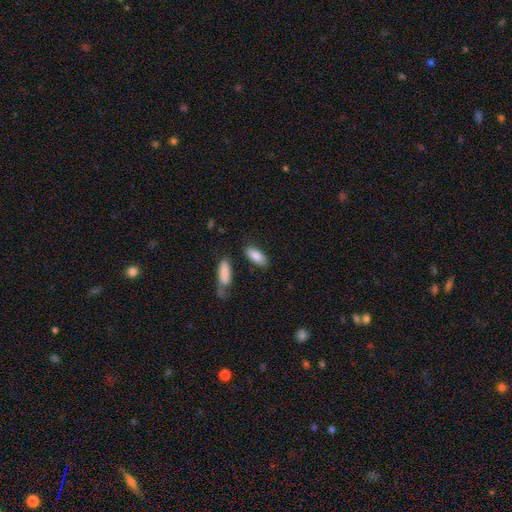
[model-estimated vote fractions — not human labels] Smooth or featured? smooth (84%)
How rounded? in between (80%)
Merging? none (75%)